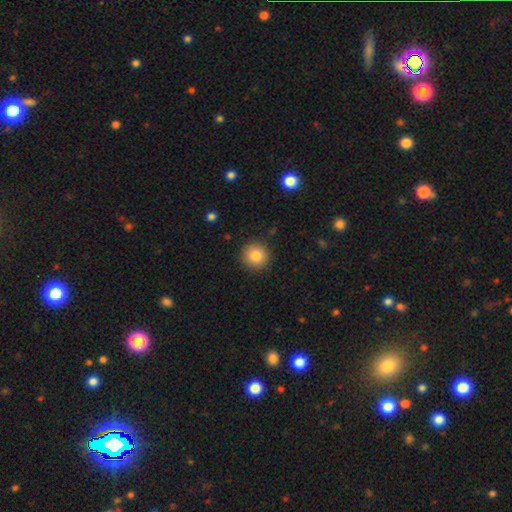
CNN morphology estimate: Smooth or featured? smooth (83%)
How rounded? round (95%)
Merging? none (92%)